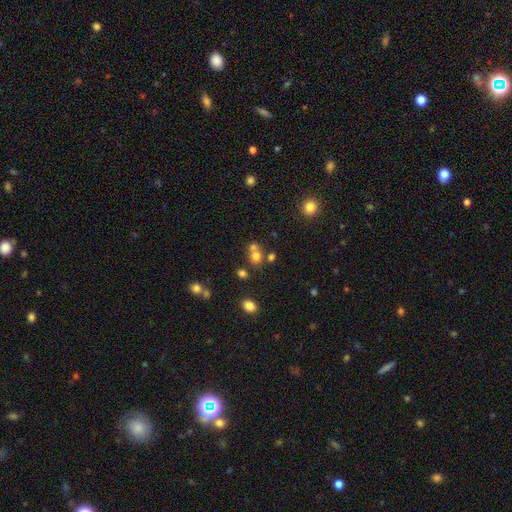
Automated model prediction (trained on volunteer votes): Smooth or featured: smooth — 72% (star or artifact — 16%)
How rounded: round — 76% (in between — 23%)
Merging: none — 45% (merger — 44%)